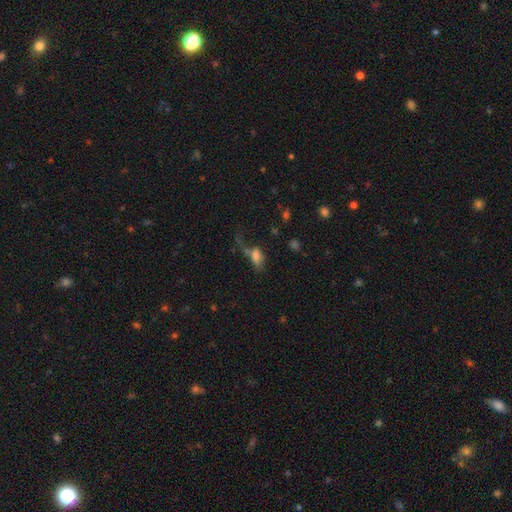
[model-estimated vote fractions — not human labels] This is likely a smooth galaxy (66%). How rounded: clearly in between (83%). Merging: possibly major disturbance (45%).